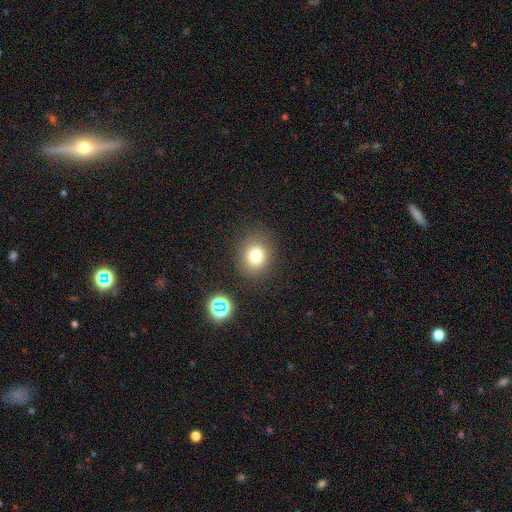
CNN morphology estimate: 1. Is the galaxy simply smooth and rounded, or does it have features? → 77% smooth, 14% star or artifact, 9% featured or disk.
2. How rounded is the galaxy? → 72% round, 27% in between, 1% cigar-shaped.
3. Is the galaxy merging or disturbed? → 84% none, 9% minor disturbance, 4% major disturbance, 3% merger.